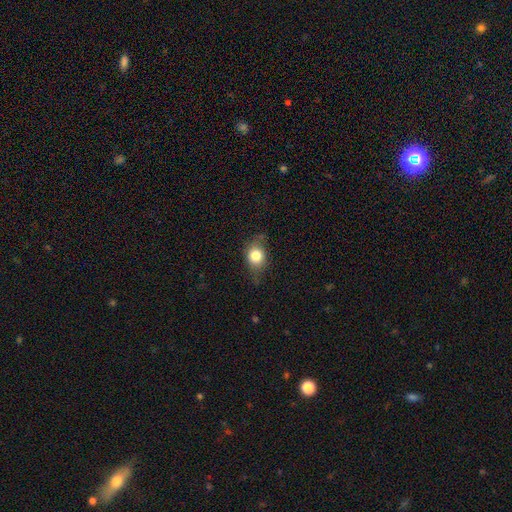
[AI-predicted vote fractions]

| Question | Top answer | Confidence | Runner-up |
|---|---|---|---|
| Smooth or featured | smooth | 75% | featured or disk (16%) |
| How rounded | round | 55% | in between (43%) |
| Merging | none | 60% | minor disturbance (28%) |